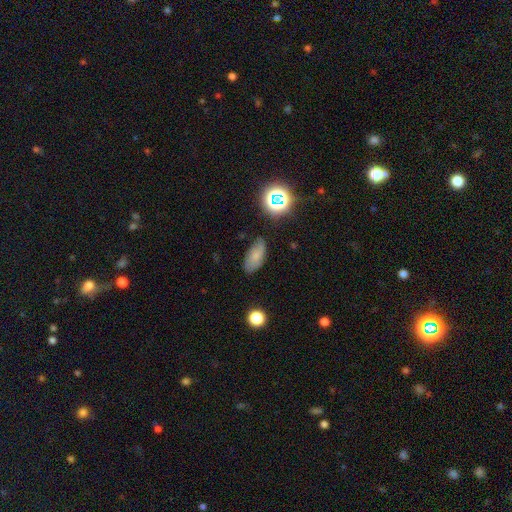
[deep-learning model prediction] smooth 71%, featured or disk 17%, star or artifact 12%. Down the decision tree: how rounded — in between (89%); merging — none (73%).